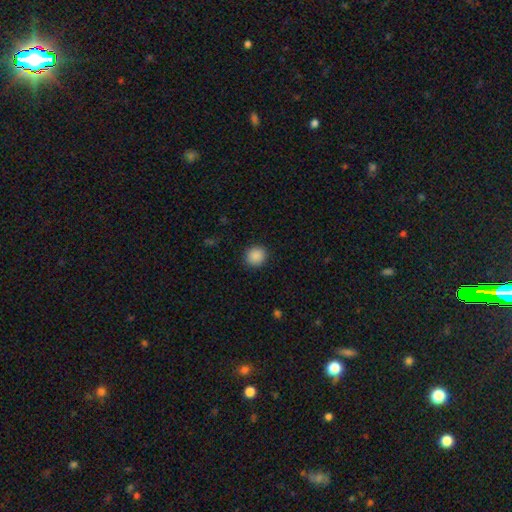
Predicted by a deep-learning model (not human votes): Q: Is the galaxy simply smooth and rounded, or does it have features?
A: smooth — 89%.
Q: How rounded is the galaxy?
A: round — 87%.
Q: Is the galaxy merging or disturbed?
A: none — 91%.